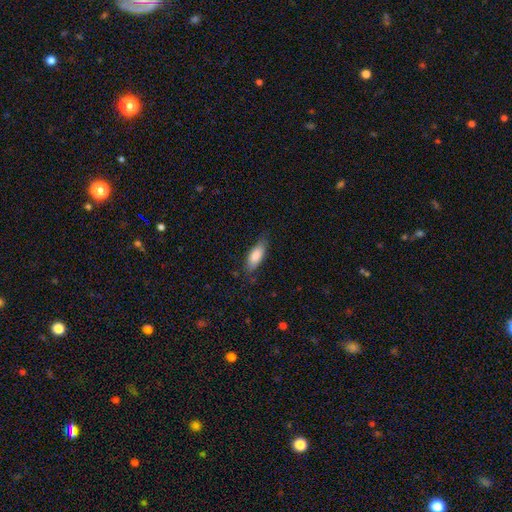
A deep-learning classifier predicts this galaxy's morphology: smooth 82%, featured or disk 13%, star or artifact 6%. Down the decision tree: how rounded — in between (73%); merging — none (76%).